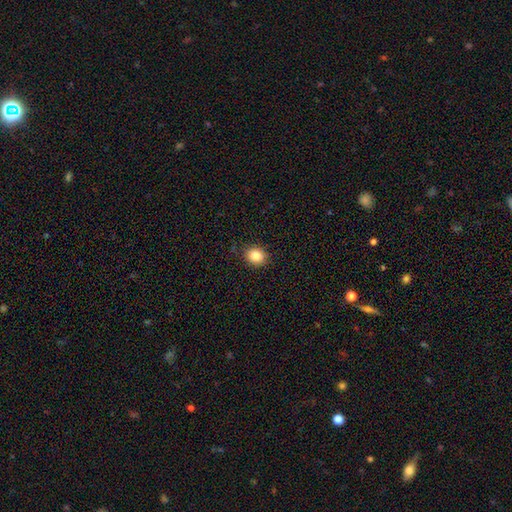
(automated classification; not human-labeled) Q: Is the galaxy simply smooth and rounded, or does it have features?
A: smooth — 85%.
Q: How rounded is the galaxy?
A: round — 70%.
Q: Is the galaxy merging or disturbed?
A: none — 89%.